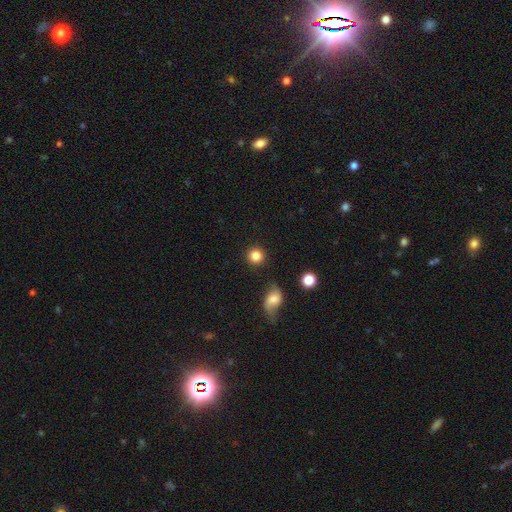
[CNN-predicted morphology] This is clearly a smooth galaxy (84%). How rounded: clearly round (93%). Merging: clearly none (87%).